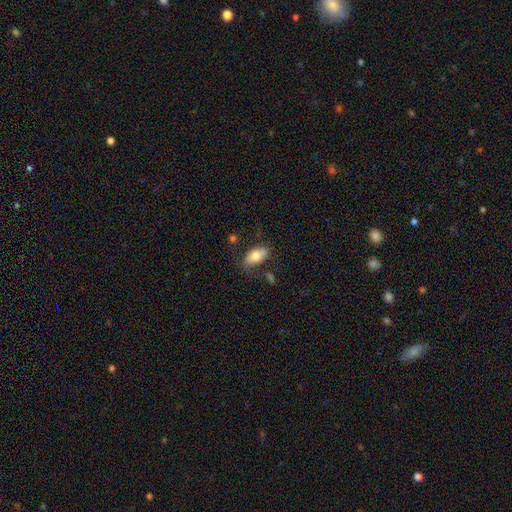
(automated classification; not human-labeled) Smooth or featured?
  - smooth: 73% *
  - featured or disk: 20%
  - star or artifact: 7%
How rounded?
  - in between: 91% *
  - round: 5%
  - cigar-shaped: 4%
Merging?
  - none: 71% *
  - minor disturbance: 18%
  - major disturbance: 5%
  - merger: 5%